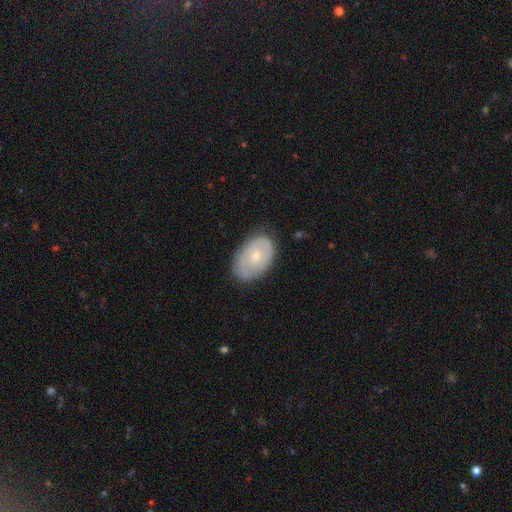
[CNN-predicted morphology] This is possibly a smooth galaxy (47%, tied with featured or disk). Merging: likely none (76%).